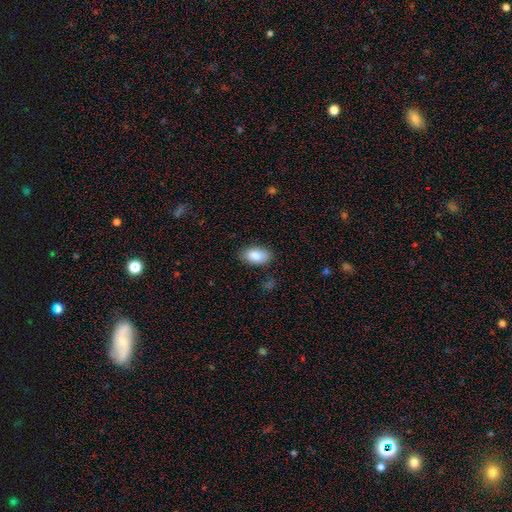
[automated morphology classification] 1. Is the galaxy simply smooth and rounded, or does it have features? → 86% smooth, 7% featured or disk, 7% star or artifact.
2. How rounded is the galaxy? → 92% in between, 6% round, 2% cigar-shaped.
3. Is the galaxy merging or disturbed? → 84% none, 12% minor disturbance, 3% major disturbance, 1% merger.